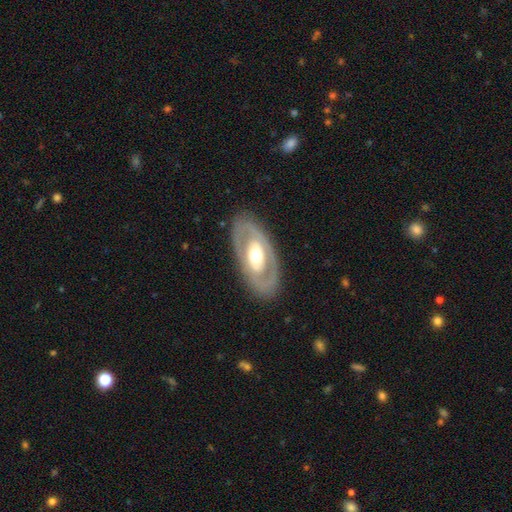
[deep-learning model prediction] A featured or disk galaxy (68%) with no bar (71%), no spiral arms (76%) and a moderate central bulge (66%).

Vote fractions:
- Smooth or featured? featured or disk: 68% / smooth: 27% / star or artifact: 4%
- Edge-on disk? no: 88% / yes: 12%
- Bar? no: 71% / weak: 19% / strong: 10%
- Spiral arms? no: 76% / yes: 24%
- Bulge size? moderate: 66% / large: 21% / small: 11% / dominant: 2% / none: 1%
- Merging? none: 83% / minor disturbance: 11% / major disturbance: 5% / merger: 1%